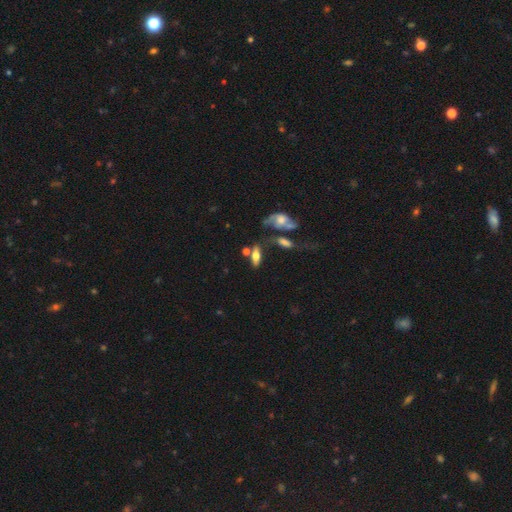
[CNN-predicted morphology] type=smooth (53%); roundness=in between (69%); merging=none (49%).